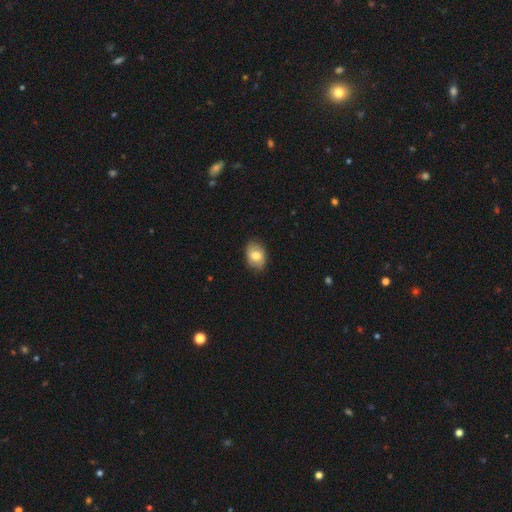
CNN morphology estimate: Overall: smooth (76%). How rounded: in between (78%). Merging: none (84%).